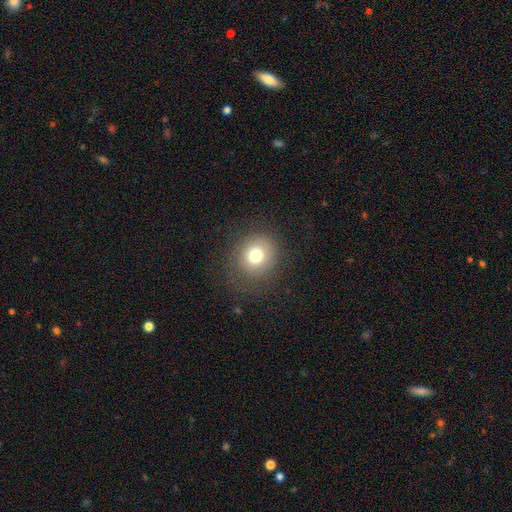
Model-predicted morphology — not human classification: This is likely a smooth galaxy (75%). How rounded: clearly round (86%). Merging: clearly none (83%).